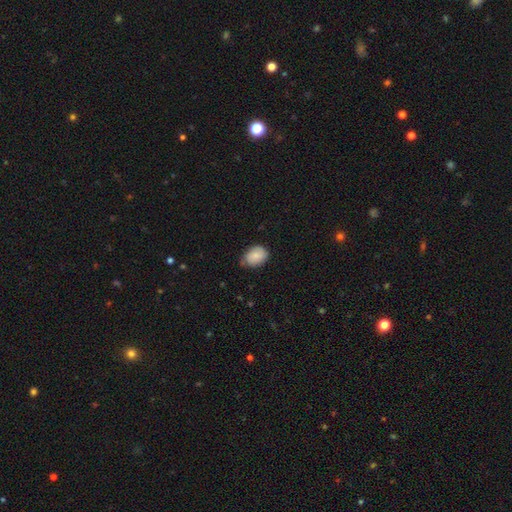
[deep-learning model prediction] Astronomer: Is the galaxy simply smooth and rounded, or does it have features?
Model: smooth — 80%.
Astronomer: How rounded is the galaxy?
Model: in between — 67%.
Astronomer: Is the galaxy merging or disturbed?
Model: none — 65%.